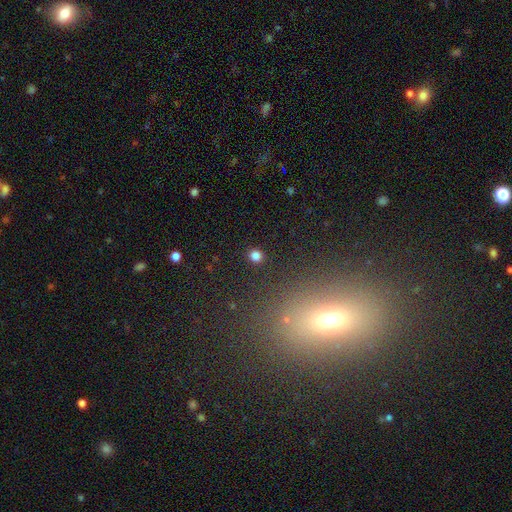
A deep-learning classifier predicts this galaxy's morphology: Smooth or featured: smooth — 81% (star or artifact — 15%)
How rounded: round — 89% (in between — 10%)
Merging: none — 91% (minor disturbance — 5%)